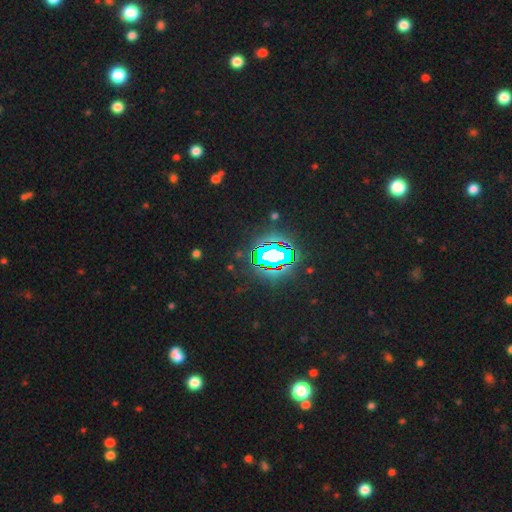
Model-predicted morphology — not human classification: type=star or artifact (83%).